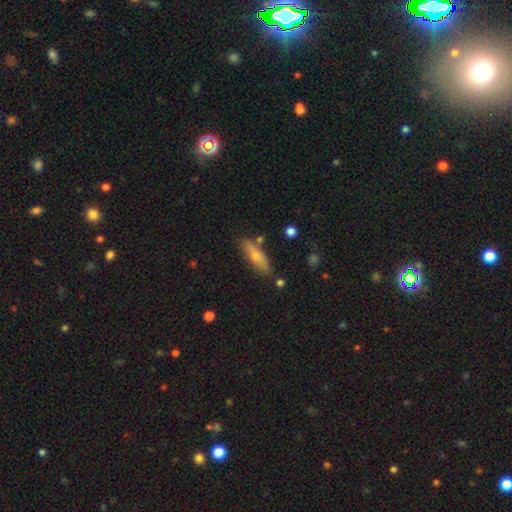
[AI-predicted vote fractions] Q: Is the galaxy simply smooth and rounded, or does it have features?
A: smooth — 59%.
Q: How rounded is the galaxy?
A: cigar-shaped — 63%.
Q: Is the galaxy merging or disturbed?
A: none — 81%.